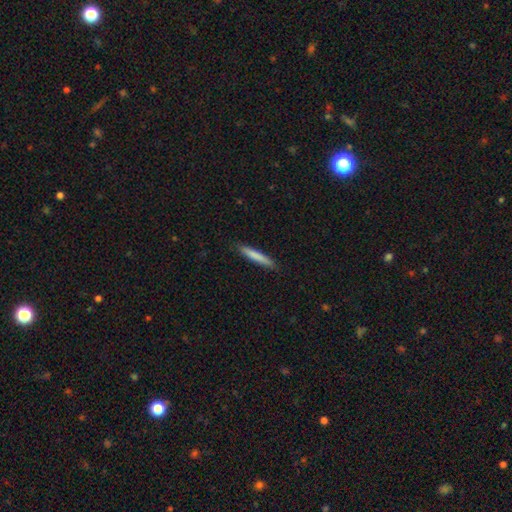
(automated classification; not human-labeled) Morphology: type=smooth (80%); roundness=cigar-shaped (93%); merging=none (88%).